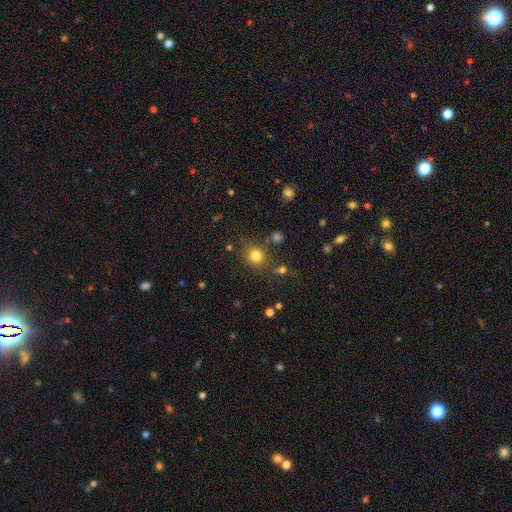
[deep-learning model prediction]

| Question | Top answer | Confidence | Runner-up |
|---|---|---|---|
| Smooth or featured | smooth | 79% | star or artifact (14%) |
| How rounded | round | 85% | in between (14%) |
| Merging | none | 78% | minor disturbance (11%) |